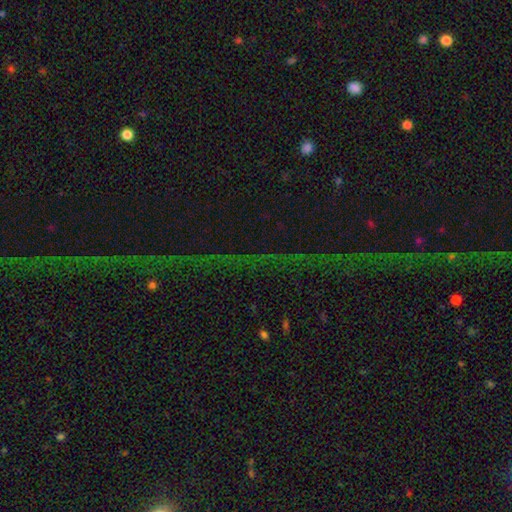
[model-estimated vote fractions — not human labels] star or artifact 79%, featured or disk 12%, smooth 8%.